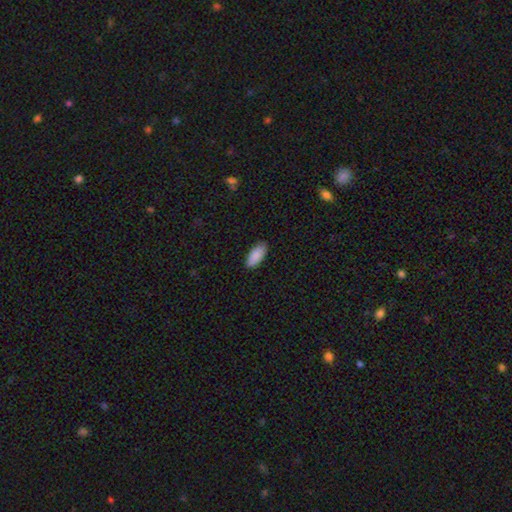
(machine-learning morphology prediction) smooth 90%, star or artifact 6%, featured or disk 4%. Down the decision tree: how rounded — in between (88%); merging — none (87%).